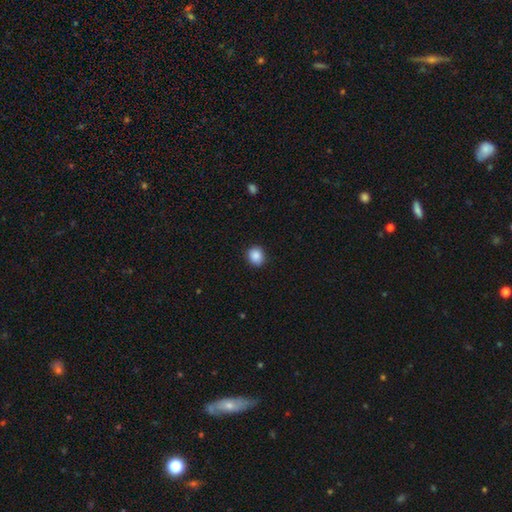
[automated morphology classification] Smooth or featured: smooth — 88% (star or artifact — 9%)
How rounded: round — 73% (in between — 27%)
Merging: none — 87% (minor disturbance — 10%)